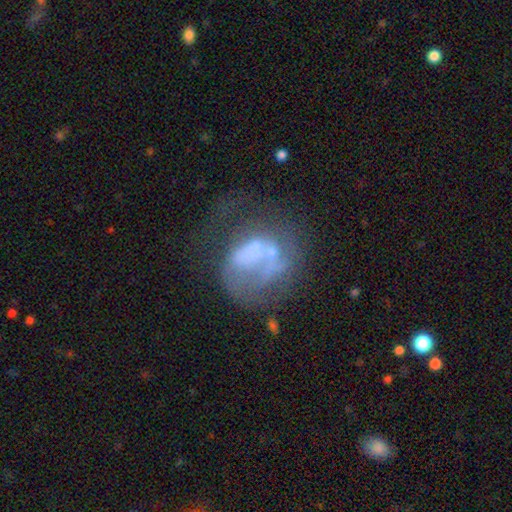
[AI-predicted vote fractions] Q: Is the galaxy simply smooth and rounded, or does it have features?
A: featured or disk — 57%.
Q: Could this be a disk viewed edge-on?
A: no — 98%.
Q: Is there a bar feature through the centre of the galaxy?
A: no — 85%.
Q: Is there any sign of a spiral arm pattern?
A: no — 81%.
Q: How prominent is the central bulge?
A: none — 58%.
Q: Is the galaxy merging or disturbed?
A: major disturbance — 43%.